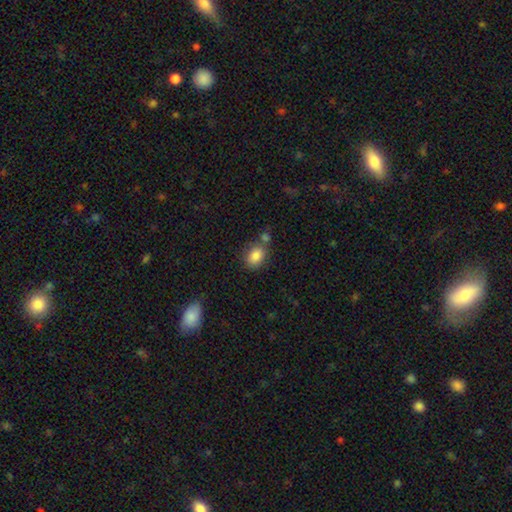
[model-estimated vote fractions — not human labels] Smooth or featured? smooth (85%)
How rounded? in between (70%)
Merging? none (63%)